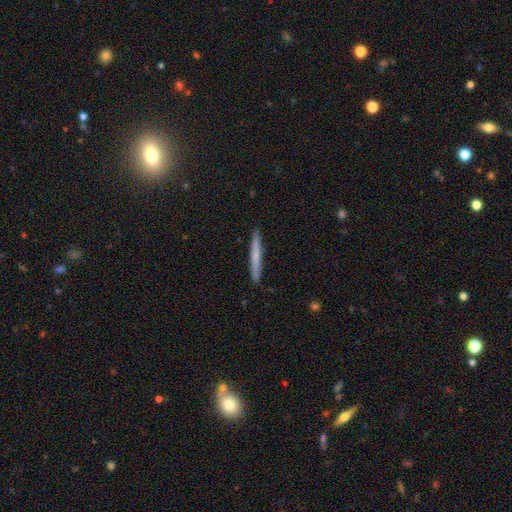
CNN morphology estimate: Smooth or featured: smooth — 65% (featured or disk — 29%)
How rounded: cigar-shaped — 97% (in between — 2%)
Merging: none — 92% (minor disturbance — 6%)